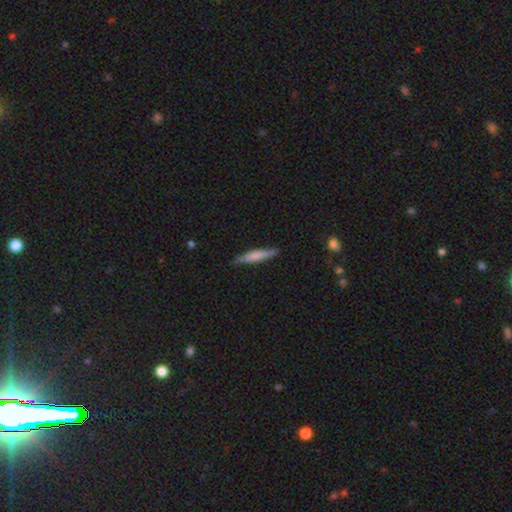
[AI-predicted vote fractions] smooth 62%, featured or disk 32%, star or artifact 6%. Down the decision tree: how rounded — cigar-shaped (91%); merging — none (82%).